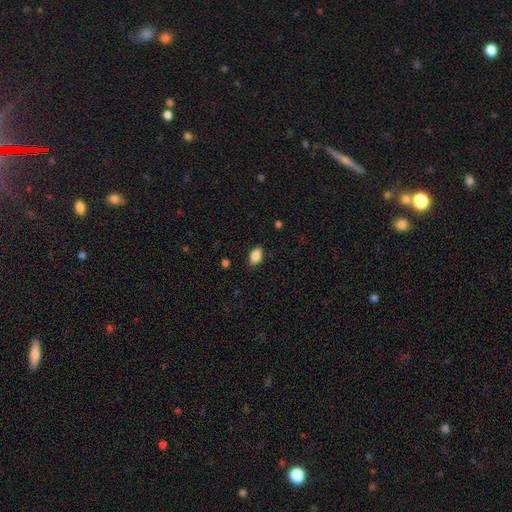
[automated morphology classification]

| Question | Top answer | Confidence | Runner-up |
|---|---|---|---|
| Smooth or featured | smooth | 87% | star or artifact (8%) |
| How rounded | in between | 90% | round (7%) |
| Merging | none | 86% | minor disturbance (11%) |